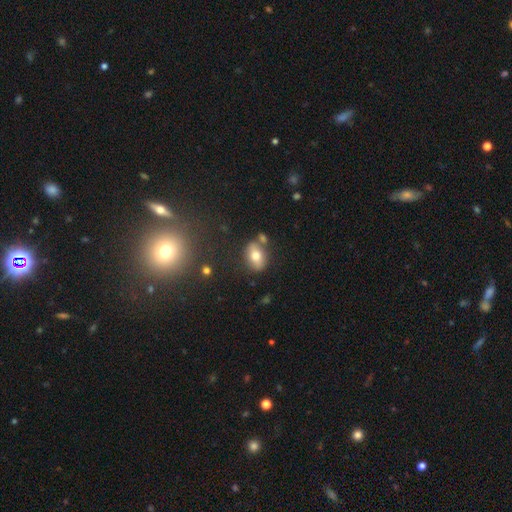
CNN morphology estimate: A smooth galaxy with no disk features (66%) that is in between round and cigar-shaped (79%). Merging: none (69%).